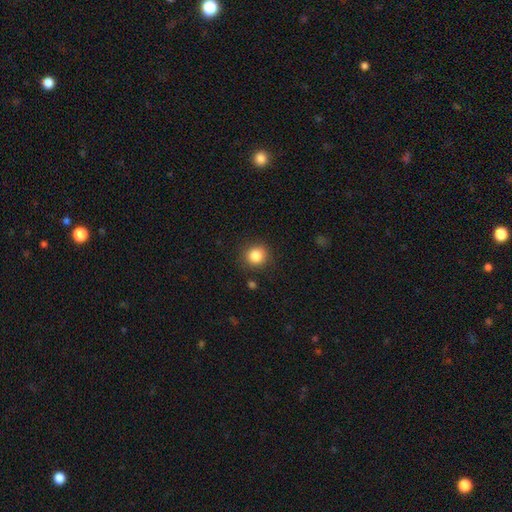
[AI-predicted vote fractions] smooth-or-featured: smooth: 84% | star or artifact: 11% | featured or disk: 5%
  how-rounded: round: 90% | in between: 9% | cigar-shaped: 1%
  merging: none: 88% | minor disturbance: 8% | major disturbance: 2% | merger: 2%